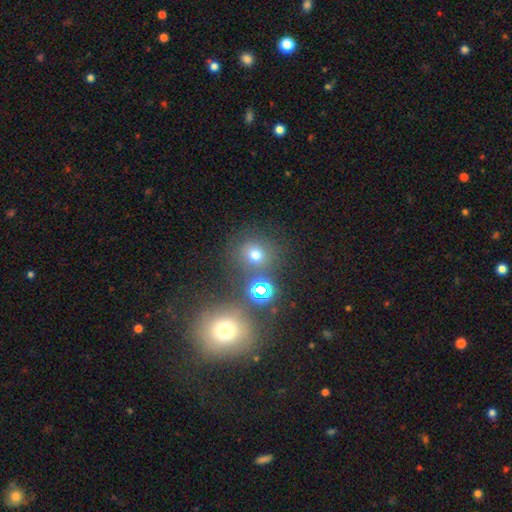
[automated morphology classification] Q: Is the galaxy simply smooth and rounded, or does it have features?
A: smooth — 63%.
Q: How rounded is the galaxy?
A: round — 85%.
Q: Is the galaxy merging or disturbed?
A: none — 75%.